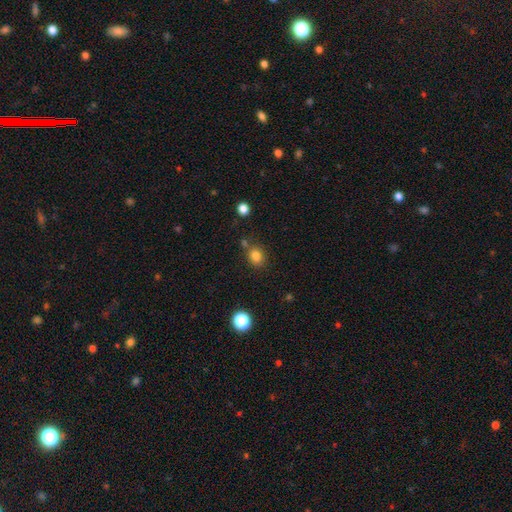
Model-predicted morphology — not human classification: Smooth or featured? smooth (82%)
How rounded? round (64%)
Merging? none (72%)